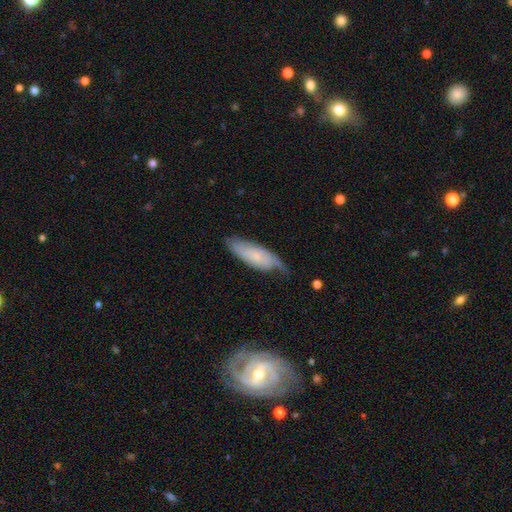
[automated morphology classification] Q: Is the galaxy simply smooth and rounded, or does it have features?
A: featured or disk — 47%.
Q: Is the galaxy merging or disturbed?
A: none — 55%.